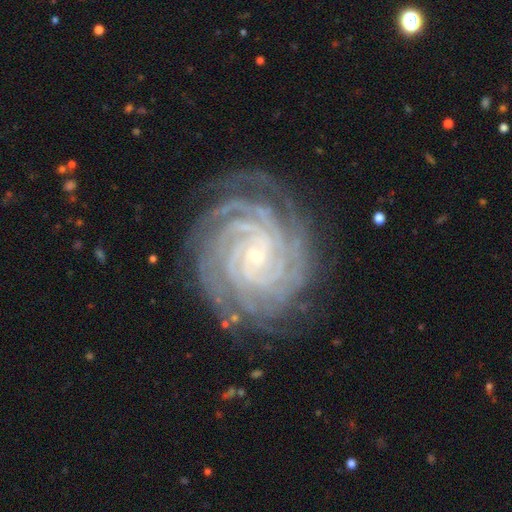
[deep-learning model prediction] smooth_or_featured: featured or disk (p=0.92) [alt: star or artifact p=0.05]
disk_edge_on: no (p=0.98) [alt: yes p=0.02]
bar: no (p=0.64) [alt: weak p=0.23]
has_spiral_arms: yes (p=0.99) [alt: no p=0.01]
spiral_winding: tight (p=0.88) [alt: medium p=0.11]
spiral_arm_count: 4 (p=0.28) [alt: more than 4 p=0.27]
bulge_size: small (p=0.86) [alt: moderate p=0.10]
merging: none (p=0.81) [alt: minor disturbance p=0.14]